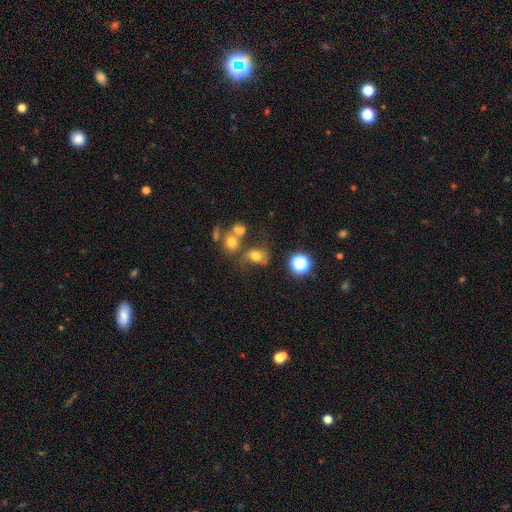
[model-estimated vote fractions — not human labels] Morphology: type=smooth (65%); roundness=in between (56%); merging=none (45%).